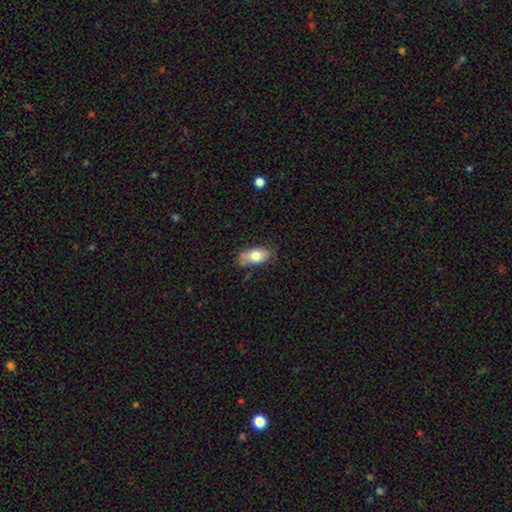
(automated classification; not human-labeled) smooth_or_featured: smooth (p=0.74) [alt: featured or disk p=0.19]
how_rounded: in between (p=0.90) [alt: round p=0.06]
merging: none (p=0.65) [alt: minor disturbance p=0.25]